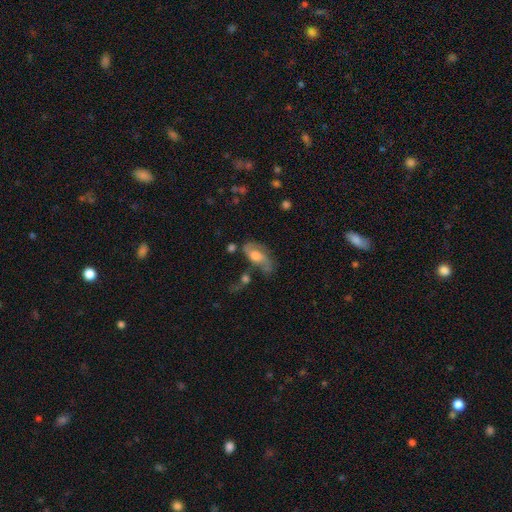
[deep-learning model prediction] This is likely a featured or disk galaxy (63%). It is clearly not viewed edge-on (91%). Bar: likely no (62%). Spiral arm pattern: likely yes (80%). Central bulge: possibly moderate (49%). Merging: possibly none (47%).